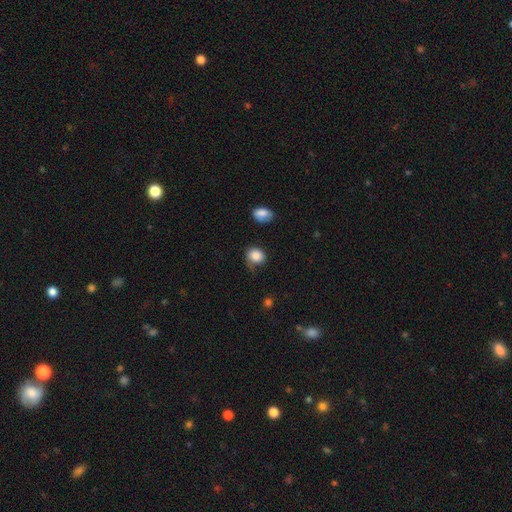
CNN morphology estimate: smooth-or-featured: smooth: 86% | star or artifact: 8% | featured or disk: 6%
  how-rounded: round: 69% | in between: 30% | cigar-shaped: 1%
  merging: none: 51% | minor disturbance: 33% | major disturbance: 13% | merger: 3%